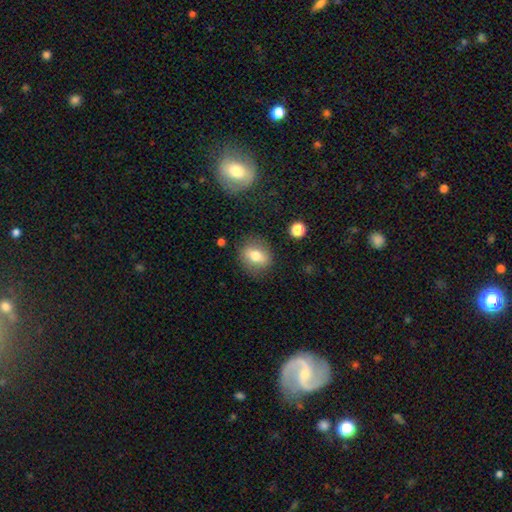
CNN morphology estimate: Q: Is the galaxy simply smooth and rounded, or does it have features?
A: smooth — 70%.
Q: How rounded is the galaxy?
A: round — 50%.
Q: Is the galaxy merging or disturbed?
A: none — 82%.